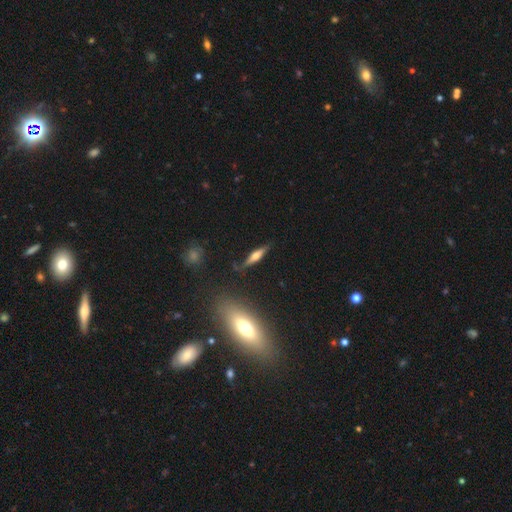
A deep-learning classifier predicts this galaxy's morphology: This appears to be a featured or disk galaxy (57%) viewed edge-on (94%) with a rounded central bulge (86%). Merging: none (81%).